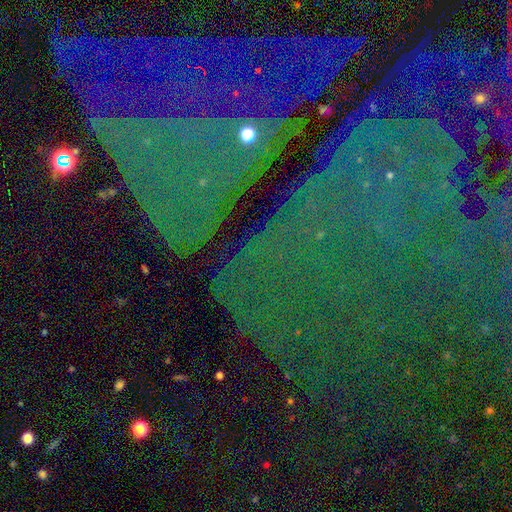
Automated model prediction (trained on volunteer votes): smooth-or-featured: star or artifact: 83% | featured or disk: 9% | smooth: 8%